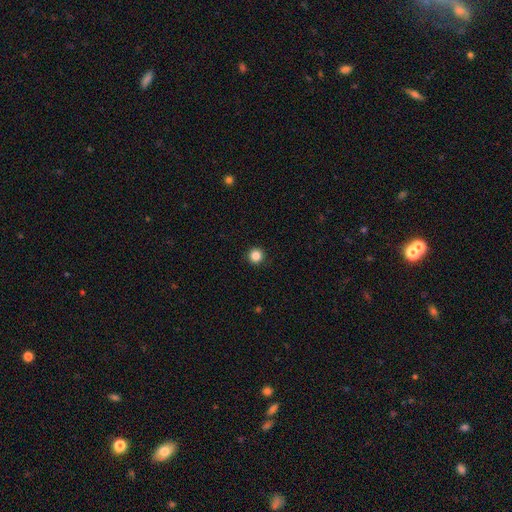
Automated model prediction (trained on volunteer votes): This is clearly a smooth galaxy (86%). How rounded: clearly round (96%). Merging: clearly none (93%).